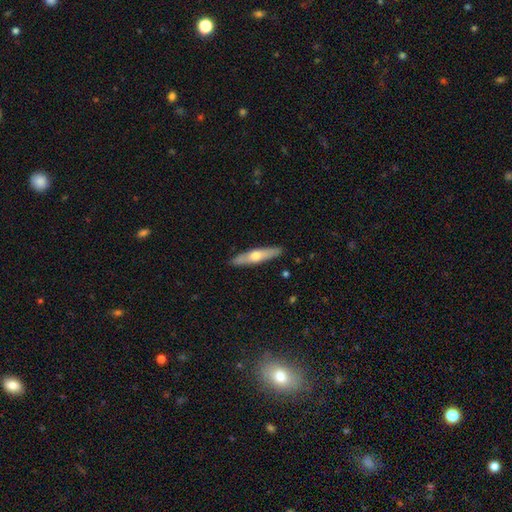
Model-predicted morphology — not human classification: A smooth galaxy with no disk features (48%).

Vote fractions:
- Smooth or featured? smooth: 48% / featured or disk: 47% / star or artifact: 5%
- Merging? none: 90% / minor disturbance: 8% / major disturbance: 2% / merger: 1%